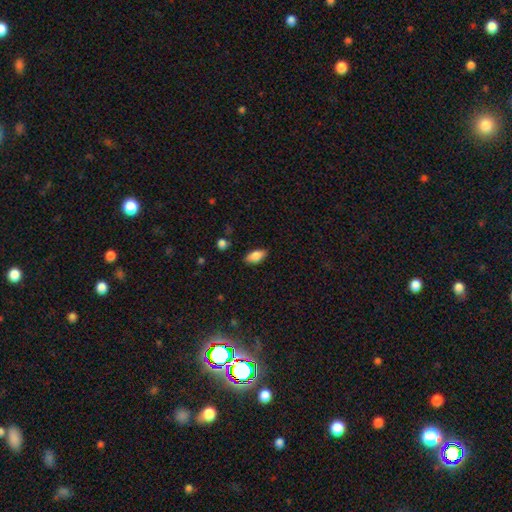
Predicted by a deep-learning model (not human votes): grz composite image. It shows a smooth galaxy with no disk features (85%) that is in between round and cigar-shaped (90%). Merging: none (84%).